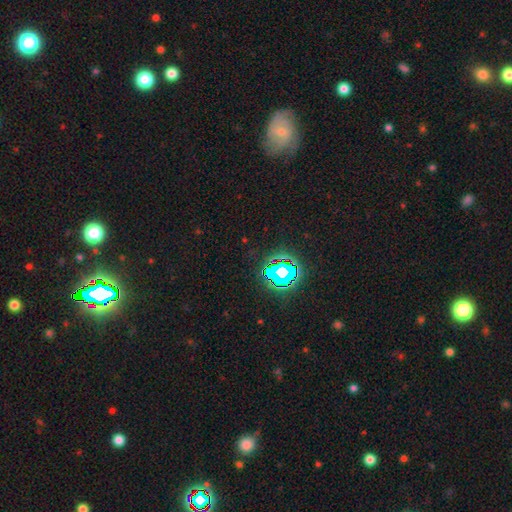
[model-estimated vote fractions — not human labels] Q: Smooth or featured?
A: star or artifact (75%); runner-up: smooth (14%)